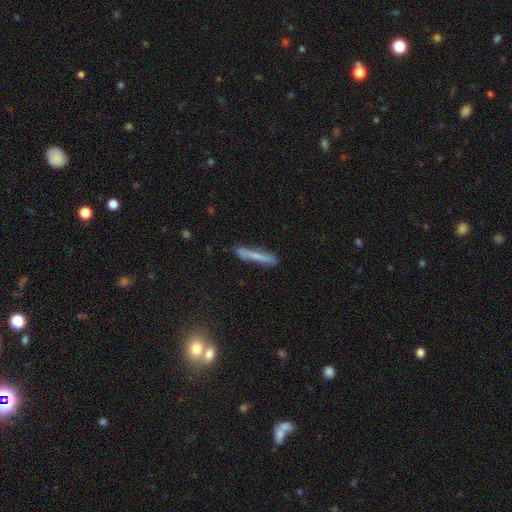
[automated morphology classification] Smooth or featured? smooth (61%)
How rounded? cigar-shaped (94%)
Merging? none (78%)